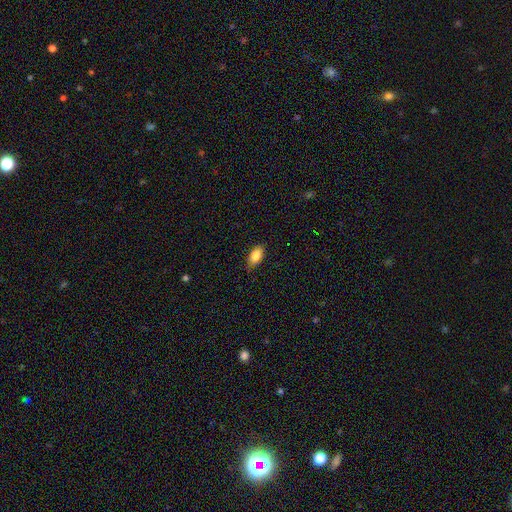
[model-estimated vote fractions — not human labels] smooth 84%, featured or disk 9%, star or artifact 7%. Down the decision tree: how rounded — in between (89%); merging — none (84%).